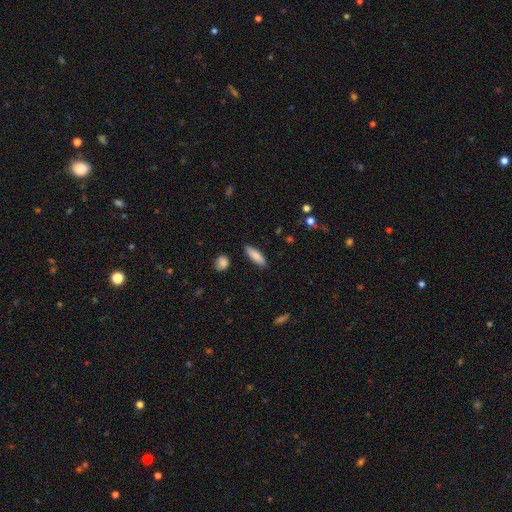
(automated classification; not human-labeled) Q: Smooth or featured?
A: smooth (84%); runner-up: featured or disk (10%)
Q: How rounded?
A: cigar-shaped (51%); runner-up: in between (47%)
Q: Merging?
A: none (87%); runner-up: minor disturbance (10%)